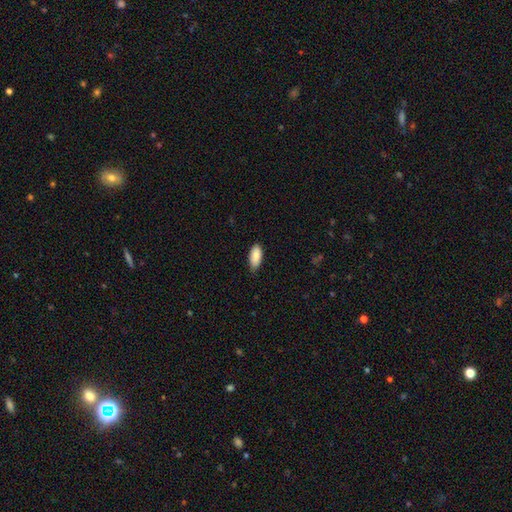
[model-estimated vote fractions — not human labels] Q: Smooth or featured?
A: smooth (88%); runner-up: star or artifact (6%)
Q: How rounded?
A: in between (90%); runner-up: cigar-shaped (8%)
Q: Merging?
A: none (75%); runner-up: minor disturbance (22%)